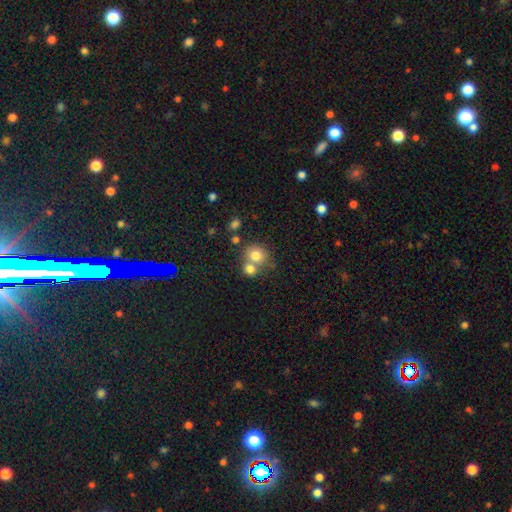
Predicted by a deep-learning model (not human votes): Smooth or featured? smooth (77%)
How rounded? round (78%)
Merging? merger (45%)